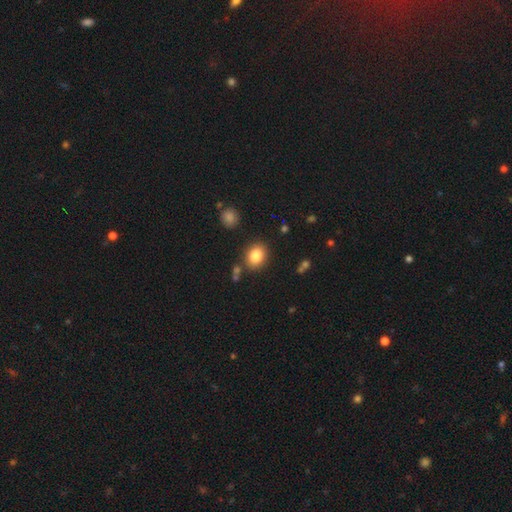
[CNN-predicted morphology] Overall: smooth (84%). How rounded: in between (53%; round 46%). Merging: none (82%).